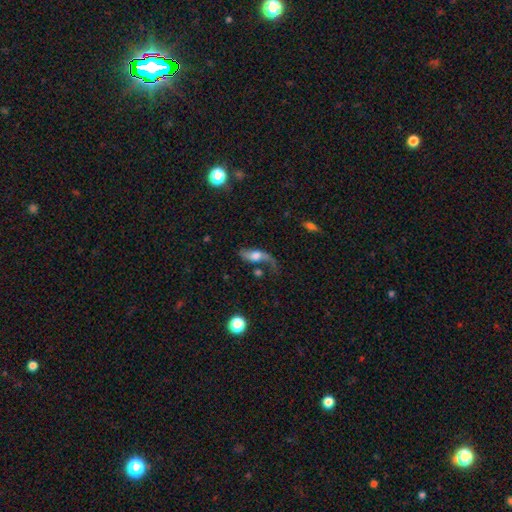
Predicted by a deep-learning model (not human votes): Smooth or featured?
  - featured or disk: 59% *
  - smooth: 32%
  - star or artifact: 9%
Edge-on disk?
  - no: 83% *
  - yes: 17%
Merging?
  - major disturbance: 35% *
  - none: 34%
  - minor disturbance: 19%
  - merger: 12%